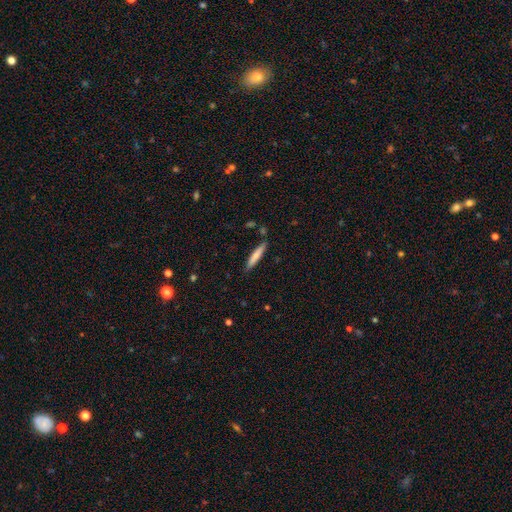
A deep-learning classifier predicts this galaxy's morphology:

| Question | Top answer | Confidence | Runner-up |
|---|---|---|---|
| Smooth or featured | smooth | 73% | featured or disk (22%) |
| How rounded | cigar-shaped | 92% | in between (7%) |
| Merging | none | 86% | minor disturbance (10%) |